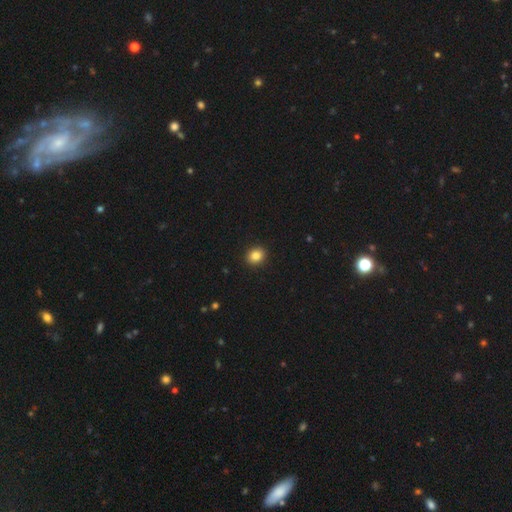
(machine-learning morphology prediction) type=smooth (85%); roundness=round (72%); merging=none (92%).